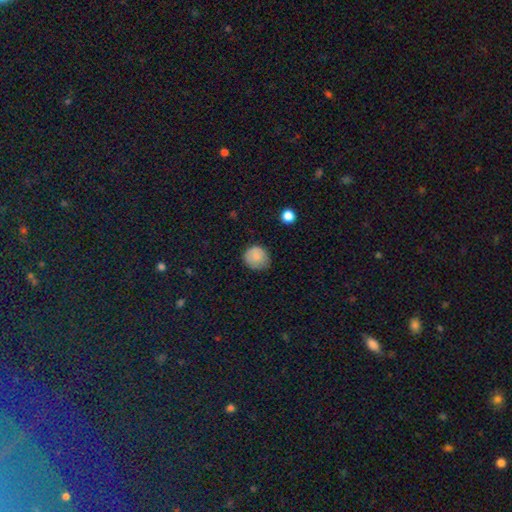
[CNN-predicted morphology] This is clearly a smooth galaxy (82%). How rounded: clearly round (85%). Merging: likely none (74%).